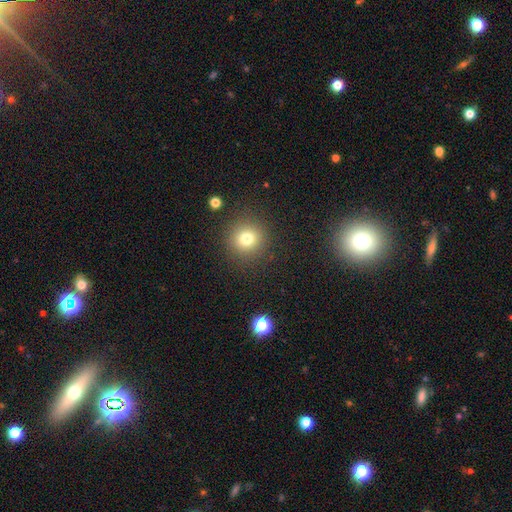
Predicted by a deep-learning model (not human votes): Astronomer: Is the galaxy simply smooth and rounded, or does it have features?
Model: smooth — 62%.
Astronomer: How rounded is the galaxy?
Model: round — 94%.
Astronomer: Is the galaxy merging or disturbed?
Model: none — 91%.